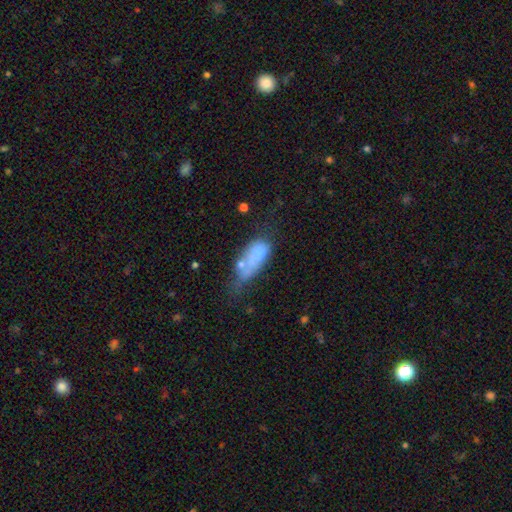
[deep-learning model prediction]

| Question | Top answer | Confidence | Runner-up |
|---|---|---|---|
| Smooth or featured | smooth | 65% | featured or disk (24%) |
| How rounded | in between | 81% | cigar-shaped (14%) |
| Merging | major disturbance | 30% | minor disturbance (28%) |